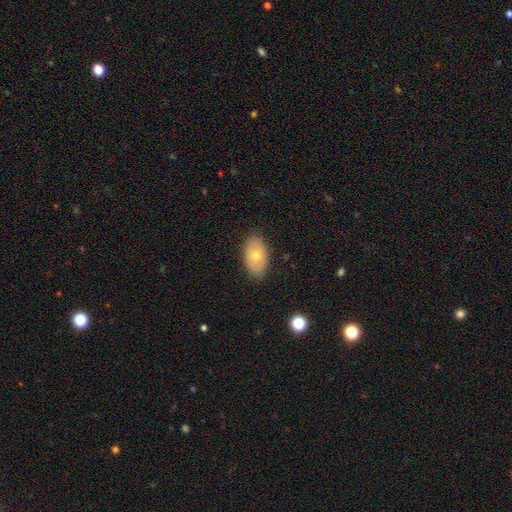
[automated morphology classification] This appears to be a smooth galaxy with no disk features (62%) that is in between round and cigar-shaped (91%). Merging: none (86%).